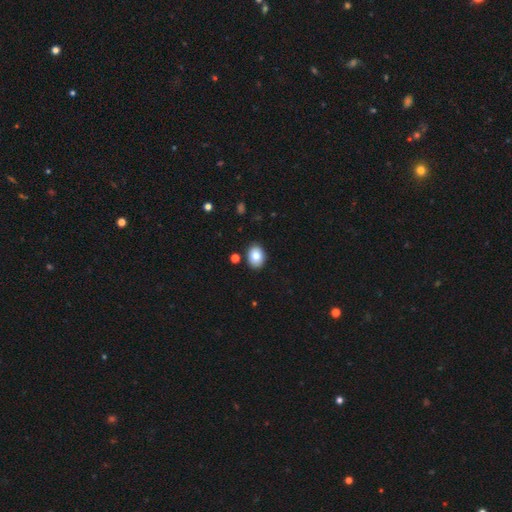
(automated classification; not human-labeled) Smooth or featured: smooth — 83% (featured or disk — 9%)
How rounded: in between — 70% (round — 29%)
Merging: none — 87% (minor disturbance — 8%)